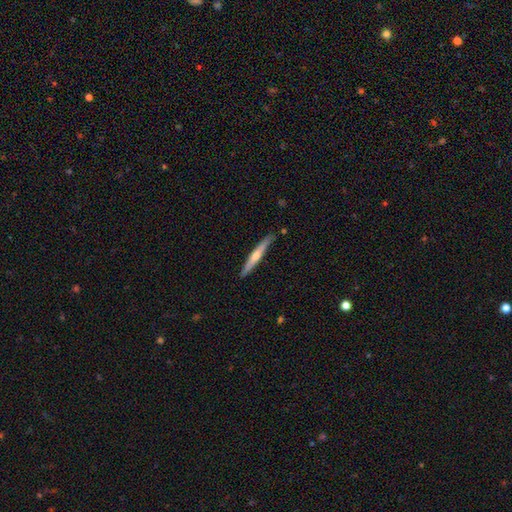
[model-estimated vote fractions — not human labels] This is possibly a featured or disk galaxy (58%). It is clearly viewed edge-on (96%). Edge-on bulge: likely rounded (78%). Merging: clearly none (87%).